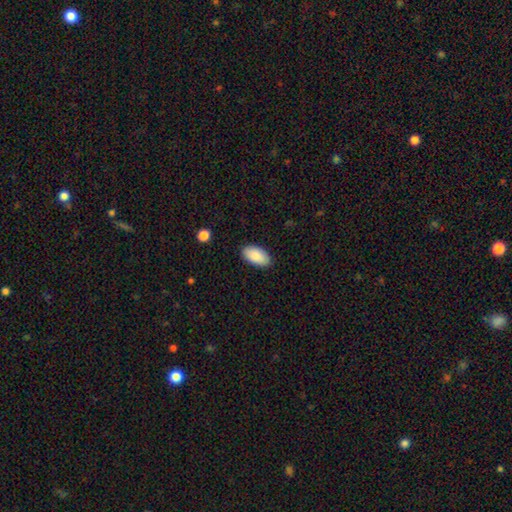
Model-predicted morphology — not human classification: This is clearly a smooth galaxy (90%). How rounded: clearly in between (96%). Merging: clearly none (88%).